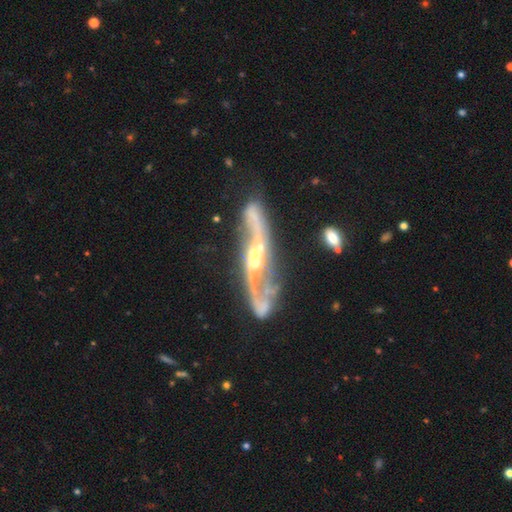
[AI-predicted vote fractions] Smooth or featured: featured or disk — 90% (star or artifact — 5%)
Edge-on disk: no — 83% (yes — 17%)
Bar: weak — 38% (no — 35%)
Spiral arms: yes — 94% (no — 6%)
Spiral winding: loose — 65% (medium — 27%)
Spiral arm count: 2 — 91% (can't tell — 4%)
Bulge size: moderate — 53% (small — 35%)
Merging: none — 57% (minor disturbance — 19%)